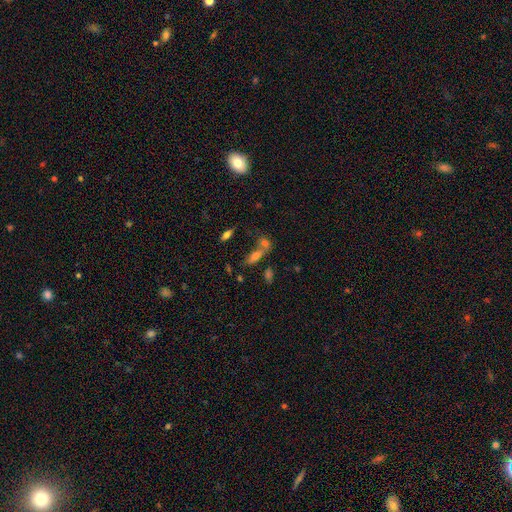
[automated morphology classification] Smooth or featured? smooth (63%)
How rounded? in between (65%)
Merging? merger (42%, tied with none)